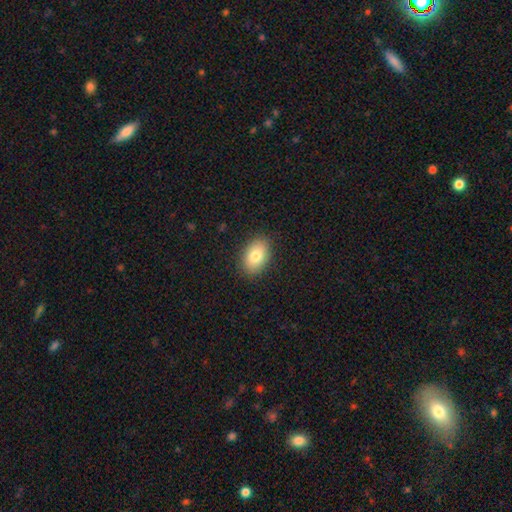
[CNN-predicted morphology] A smooth galaxy with no disk features (81%) that is in between round and cigar-shaped (86%).

Vote fractions:
- Smooth or featured? smooth: 81% / featured or disk: 11% / star or artifact: 8%
- How rounded? in between: 86% / round: 13% / cigar-shaped: 1%
- Merging? none: 88% / minor disturbance: 8% / major disturbance: 2% / merger: 1%